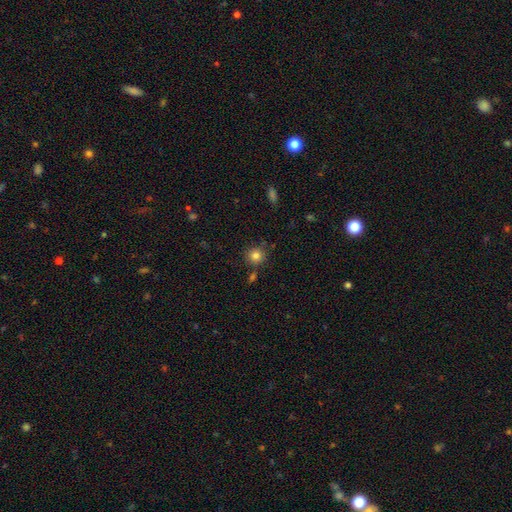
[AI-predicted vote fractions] Smooth or featured? Predicted: smooth (p=0.82). How rounded? Predicted: round (p=0.91). Merging? Predicted: none (p=0.80).